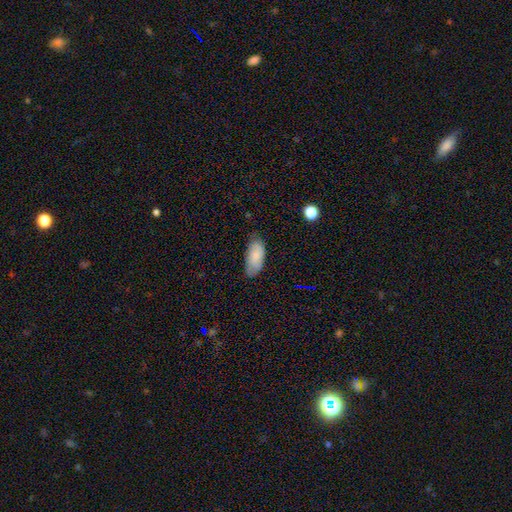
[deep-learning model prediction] Overall: smooth (81%). How rounded: in between (91%). Merging: none (71%).